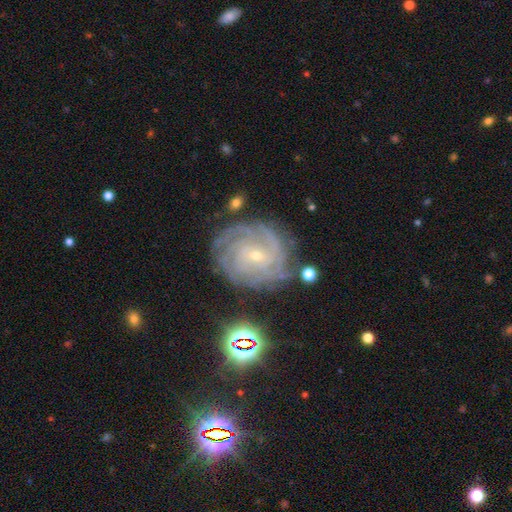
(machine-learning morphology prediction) Smooth or featured? Predicted: featured or disk (p=0.86). Edge-on disk? Predicted: no (p=0.97). Bar? Predicted: no (p=0.61). Spiral arms? Predicted: yes (p=0.97). Spiral winding? Predicted: tight (p=0.77). Spiral arm count? Predicted: 4 (p=0.27). Bulge size? Predicted: small (p=0.82). Merging? Predicted: none (p=0.74).